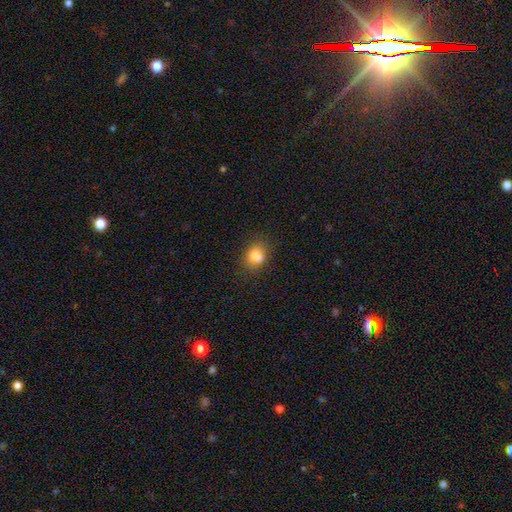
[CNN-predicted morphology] Smooth or featured? Predicted: smooth (p=0.80). How rounded? Predicted: round (p=0.52). Merging? Predicted: none (p=0.67).